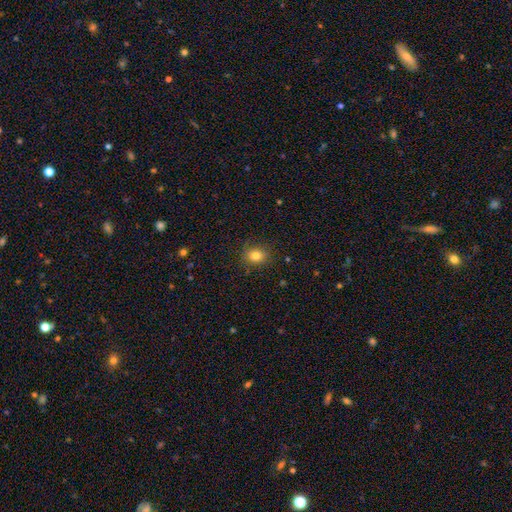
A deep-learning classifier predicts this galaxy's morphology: The model was most divided on "how rounded": round: 60%, in between: 39%, cigar-shaped: 1%. More confident: merging — none (85%); smooth or featured — smooth (80%).